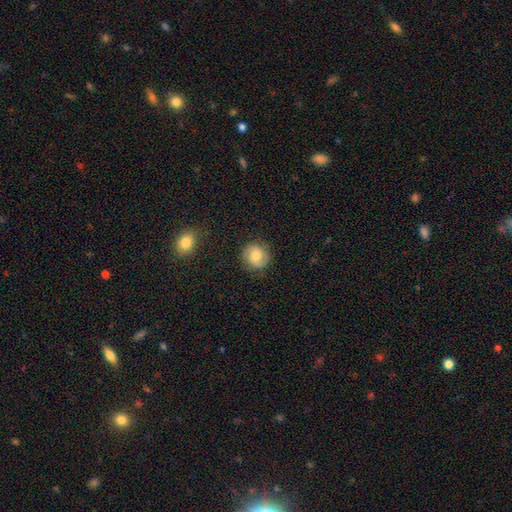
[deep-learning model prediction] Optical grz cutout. It shows a smooth galaxy with no disk features (56%) that is round (86%). Merging: none (84%).